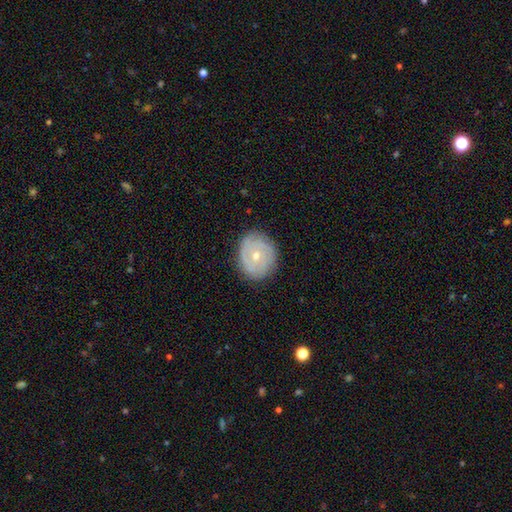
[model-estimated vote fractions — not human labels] featured or disk 68%, smooth 25%, star or artifact 7%. Down the decision tree: edge-on disk — no (97%); bar — no (73%); spiral arms — yes (84%); spiral arm count — can't tell (34%); spiral winding — tight (68%); bulge size — small (56%); merging — none (82%).